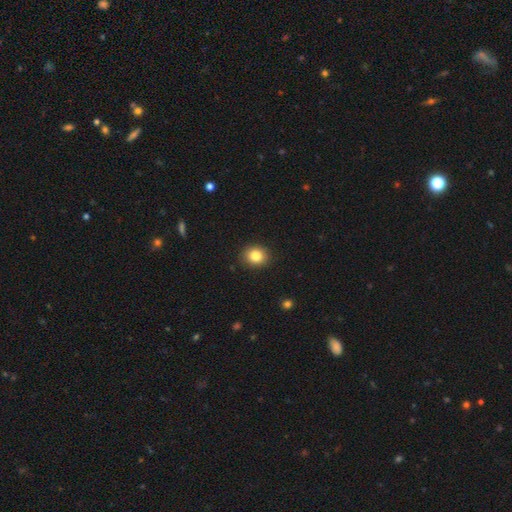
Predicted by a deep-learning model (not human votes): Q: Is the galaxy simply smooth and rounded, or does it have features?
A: smooth — 83%.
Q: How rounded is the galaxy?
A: round — 68%.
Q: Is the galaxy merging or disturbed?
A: none — 90%.